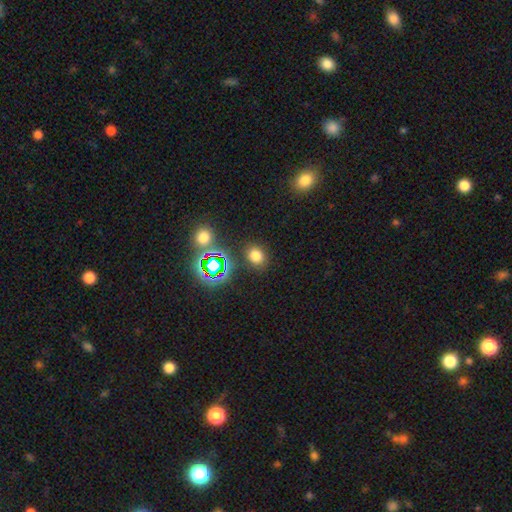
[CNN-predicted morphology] Smooth or featured? Predicted: smooth (p=0.70). How rounded? Predicted: round (p=0.54). Merging? Predicted: none (p=0.85).